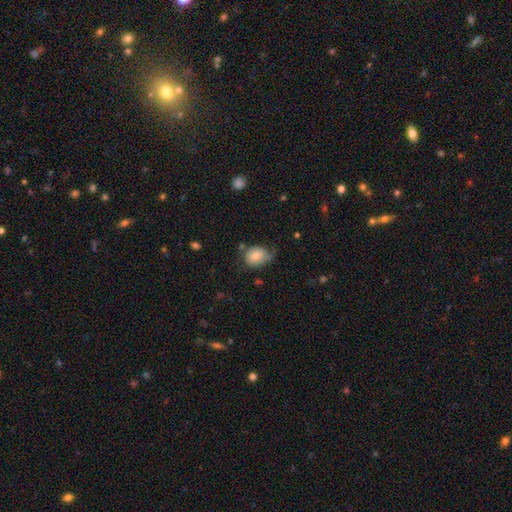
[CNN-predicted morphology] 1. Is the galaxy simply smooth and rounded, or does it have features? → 73% smooth, 18% featured or disk, 8% star or artifact.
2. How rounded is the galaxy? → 66% in between, 33% round, 1% cigar-shaped.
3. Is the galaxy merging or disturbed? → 43% none, 37% minor disturbance, 16% major disturbance, 4% merger.